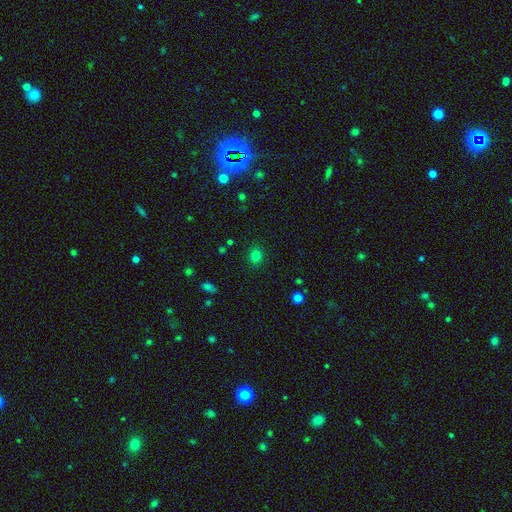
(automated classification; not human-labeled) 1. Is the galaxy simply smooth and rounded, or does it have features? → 79% smooth, 15% star or artifact, 6% featured or disk.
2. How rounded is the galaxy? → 67% round, 32% in between, 1% cigar-shaped.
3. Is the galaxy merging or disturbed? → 87% none, 8% minor disturbance, 3% major disturbance, 1% merger.